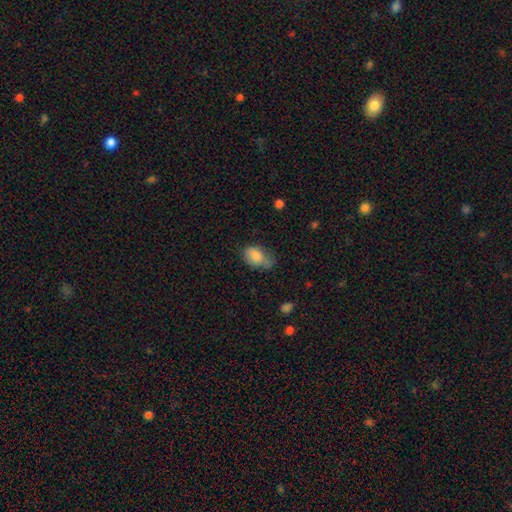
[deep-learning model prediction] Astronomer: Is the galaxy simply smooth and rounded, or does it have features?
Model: smooth — 80%.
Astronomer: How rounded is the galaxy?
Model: in between — 84%.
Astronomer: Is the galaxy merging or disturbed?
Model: none — 42% (runner-up: minor disturbance, 38%).